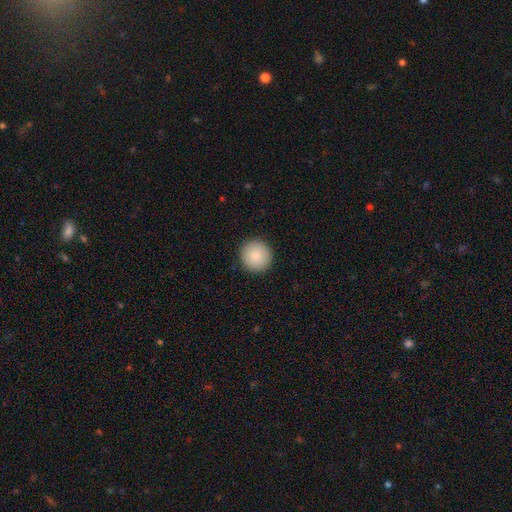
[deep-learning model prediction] Smooth or featured: smooth — 88% (star or artifact — 7%)
How rounded: round — 95% (in between — 4%)
Merging: none — 92% (minor disturbance — 5%)